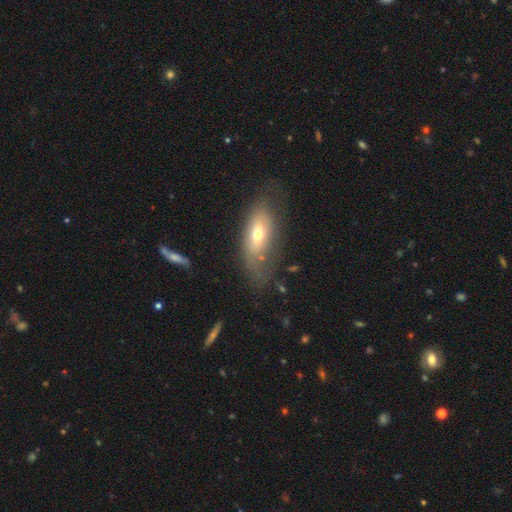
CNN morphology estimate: Smooth or featured?
  - smooth: 49% *
  - featured or disk: 39%
  - star or artifact: 12%
Merging?
  - none: 61% *
  - minor disturbance: 24%
  - major disturbance: 11%
  - merger: 3%